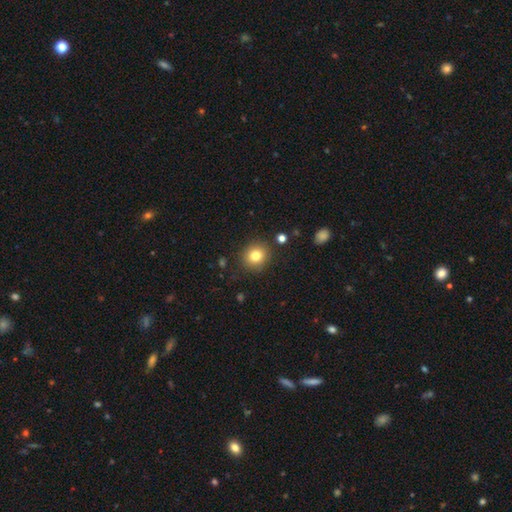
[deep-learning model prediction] Smooth or featured? Predicted: smooth (p=0.80). How rounded? Predicted: round (p=0.85). Merging? Predicted: none (p=0.87).